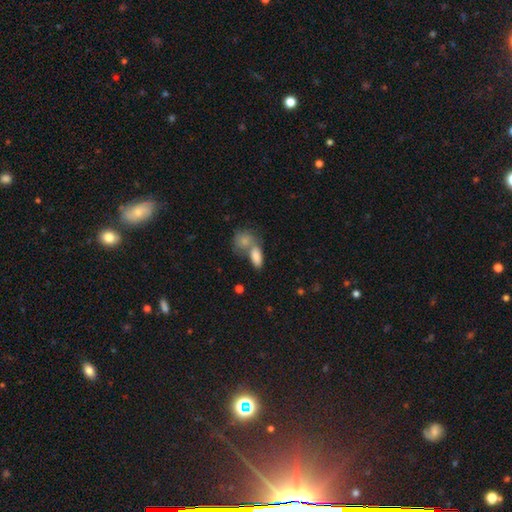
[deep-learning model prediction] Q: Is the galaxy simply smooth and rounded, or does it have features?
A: smooth — 84%.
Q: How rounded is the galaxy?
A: in between — 87%.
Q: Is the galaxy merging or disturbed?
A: merger — 50%.